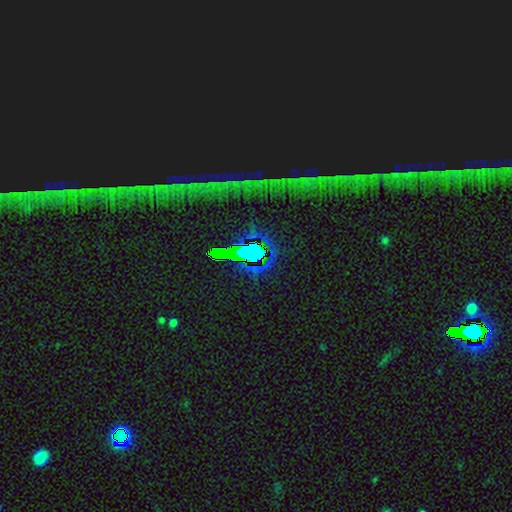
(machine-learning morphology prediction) Smooth or featured: star or artifact — 80% (smooth — 10%)